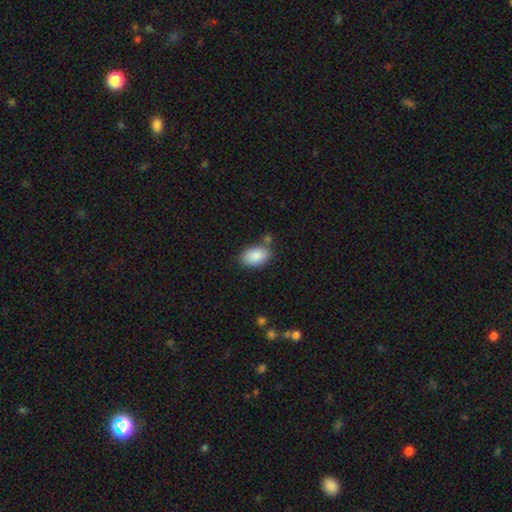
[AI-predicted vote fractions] Smooth or featured? Predicted: smooth (p=0.88). How rounded? Predicted: in between (p=0.92). Merging? Predicted: none (p=0.70).